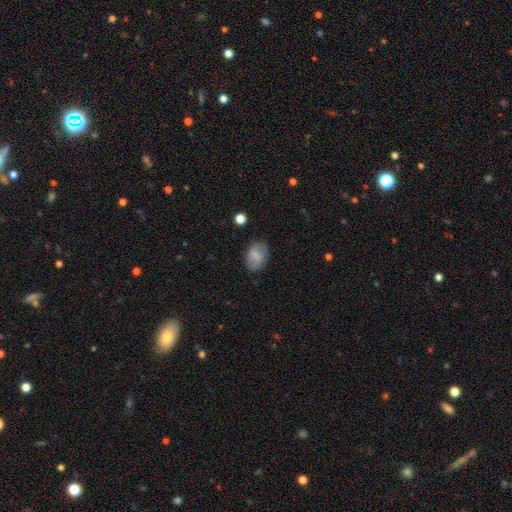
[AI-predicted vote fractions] smooth-or-featured: smooth: 73% | featured or disk: 19% | star or artifact: 8%
  how-rounded: in between: 81% | round: 18% | cigar-shaped: 2%
  merging: none: 78% | minor disturbance: 16% | major disturbance: 5% | merger: 2%